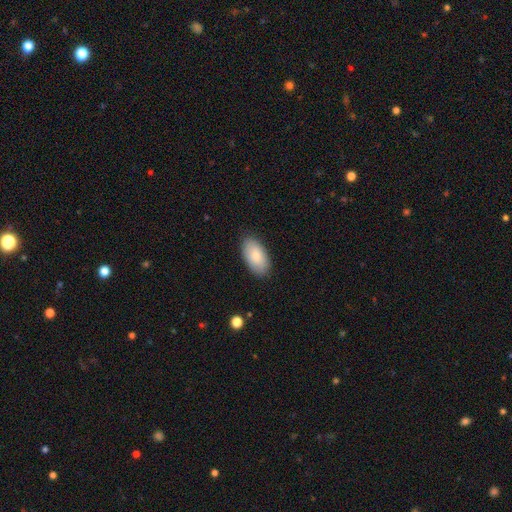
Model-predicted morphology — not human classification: Smooth or featured?
  - smooth: 82% *
  - featured or disk: 12%
  - star or artifact: 6%
How rounded?
  - in between: 94% *
  - round: 3%
  - cigar-shaped: 2%
Merging?
  - none: 86% *
  - minor disturbance: 11%
  - major disturbance: 2%
  - merger: 1%